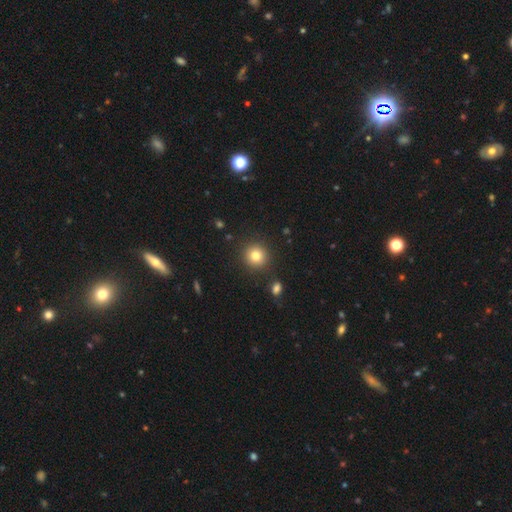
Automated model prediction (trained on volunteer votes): smooth-or-featured: smooth: 81% | star or artifact: 11% | featured or disk: 7%
  how-rounded: round: 92% | in between: 7% | cigar-shaped: 1%
  merging: none: 89% | minor disturbance: 6% | merger: 3% | major disturbance: 2%